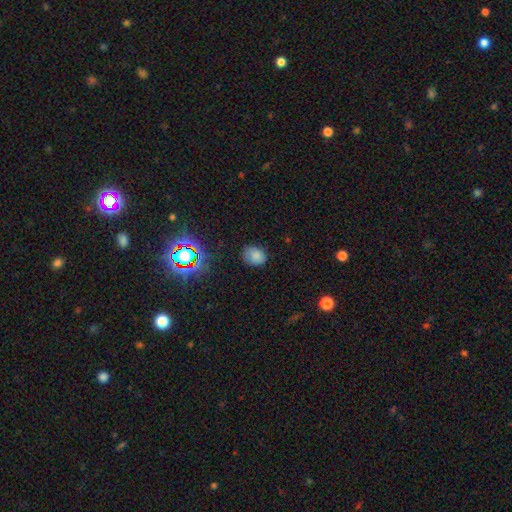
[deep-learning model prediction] A smooth galaxy with no disk features (77%) that is in between round and cigar-shaped (55%).

Vote fractions:
- Smooth or featured? smooth: 77% / star or artifact: 15% / featured or disk: 8%
- How rounded? in between: 55% / round: 44% / cigar-shaped: 1%
- Merging? none: 71% / minor disturbance: 22% / major disturbance: 5% / merger: 2%